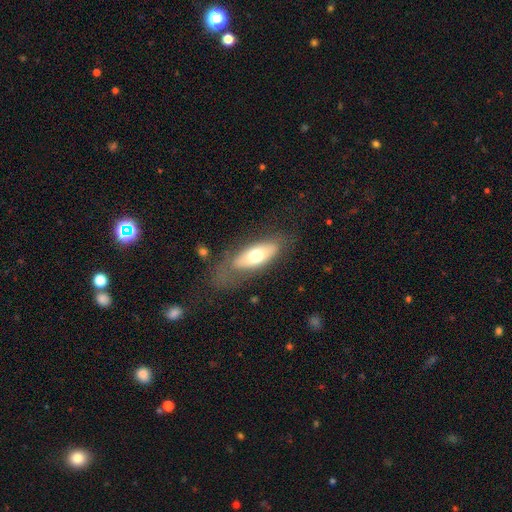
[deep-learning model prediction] This is possibly a smooth galaxy (60%). How rounded: likely in between (75%). Merging: likely none (65%).